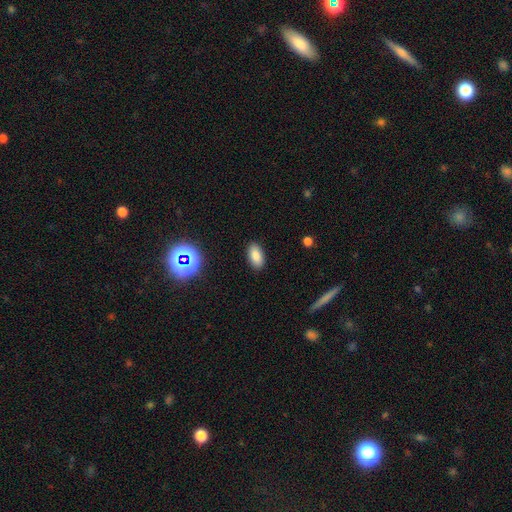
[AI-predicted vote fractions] Morphology: type=smooth (82%); roundness=in between (92%); merging=none (89%).